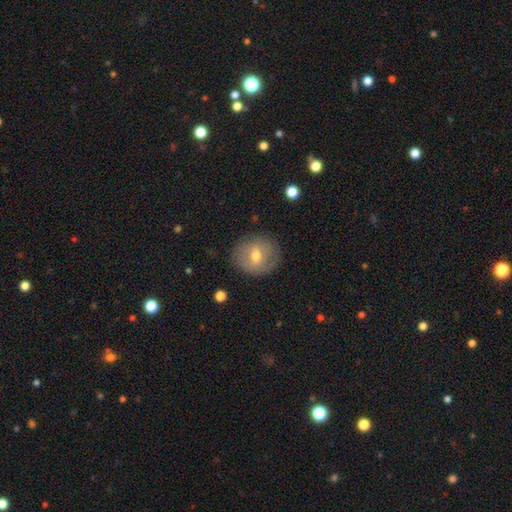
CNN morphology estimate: A smooth galaxy with no disk features (54%) that is round (81%).

Vote fractions:
- Smooth or featured? smooth: 54% / featured or disk: 37% / star or artifact: 9%
- How rounded? round: 81% / in between: 18% / cigar-shaped: 1%
- Merging? none: 82% / minor disturbance: 13% / major disturbance: 4% / merger: 1%